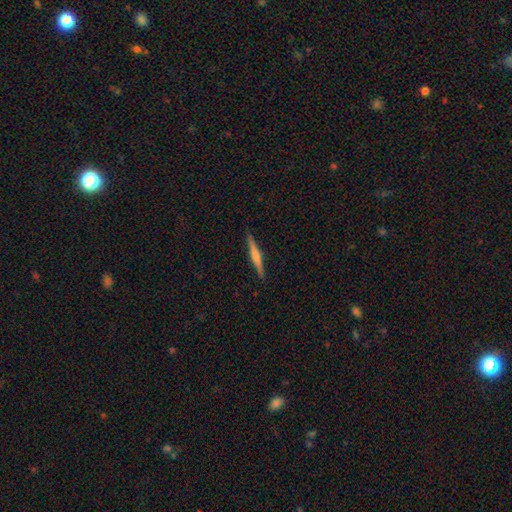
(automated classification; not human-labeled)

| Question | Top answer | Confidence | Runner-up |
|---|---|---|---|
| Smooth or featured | featured or disk | 52% | smooth (42%) |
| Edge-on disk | yes | 98% | no (2%) |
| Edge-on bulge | rounded | 51% | none (28%) |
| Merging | none | 91% | minor disturbance (7%) |